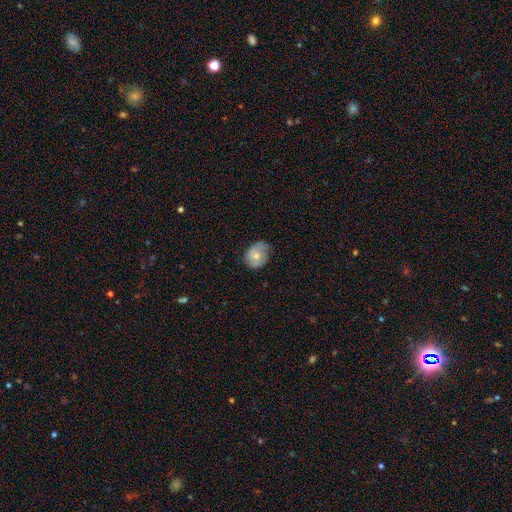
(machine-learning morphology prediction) smooth-or-featured: smooth: 66% | featured or disk: 27% | star or artifact: 8%
  how-rounded: round: 53% | in between: 46% | cigar-shaped: 1%
  merging: none: 60% | minor disturbance: 31% | major disturbance: 8% | merger: 1%